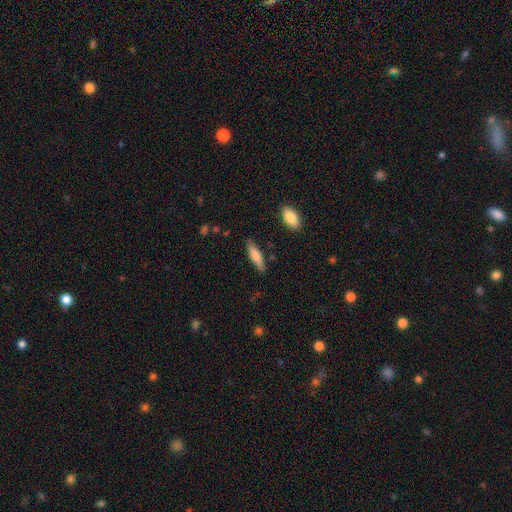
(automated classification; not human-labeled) smooth_or_featured: smooth (p=0.75) [alt: featured or disk p=0.19]
how_rounded: cigar-shaped (p=0.66) [alt: in between p=0.32]
merging: none (p=0.83) [alt: minor disturbance p=0.13]